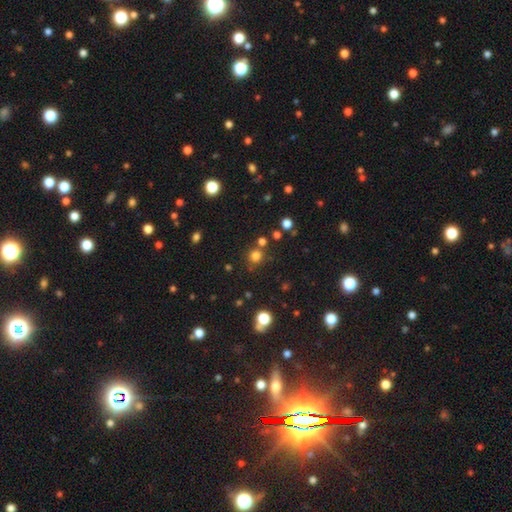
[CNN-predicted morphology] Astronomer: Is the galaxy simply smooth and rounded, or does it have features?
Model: smooth — 75%.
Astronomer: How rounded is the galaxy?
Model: round — 91%.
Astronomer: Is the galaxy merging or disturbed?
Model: none — 76%.